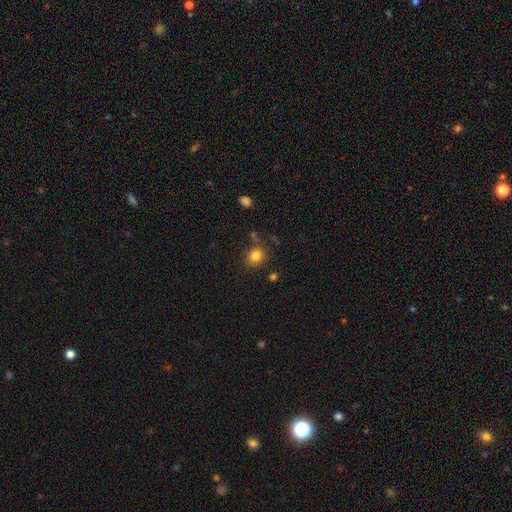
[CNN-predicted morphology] This appears to be a smooth galaxy with no disk features (81%) that is round (59%). Merging: none (77%).